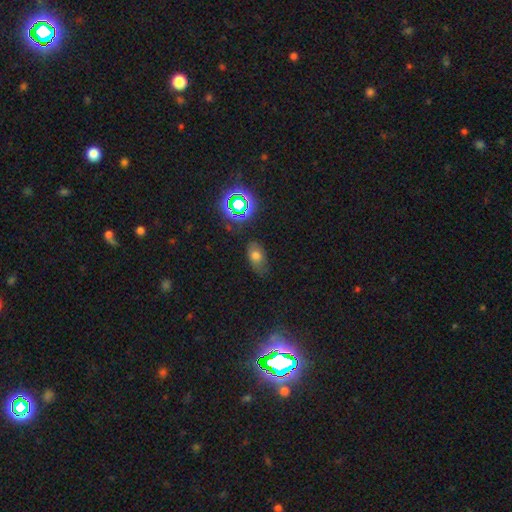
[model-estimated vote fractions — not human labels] A smooth galaxy with no disk features (66%) that is in between round and cigar-shaped (85%). Merging: none (70%).